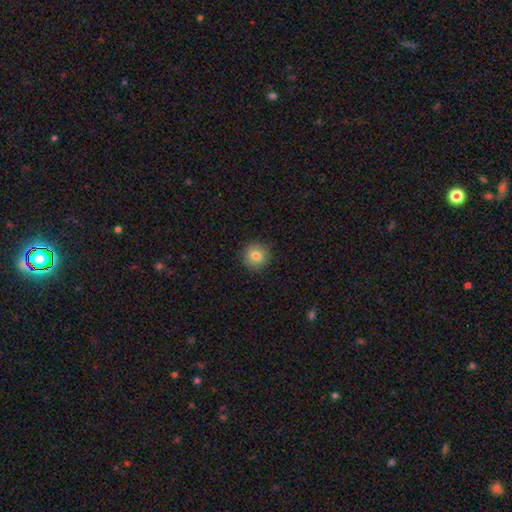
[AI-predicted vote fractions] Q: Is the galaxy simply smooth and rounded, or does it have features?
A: smooth — 81%.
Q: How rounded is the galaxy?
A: round — 91%.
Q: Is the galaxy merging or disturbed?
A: none — 89%.